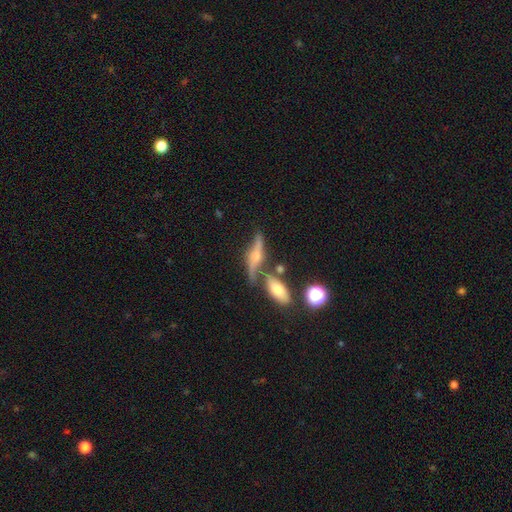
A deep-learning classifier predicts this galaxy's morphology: A featured or disk galaxy (66%) viewed edge-on (82%) with a rounded central bulge (88%). Merging: none (53%).